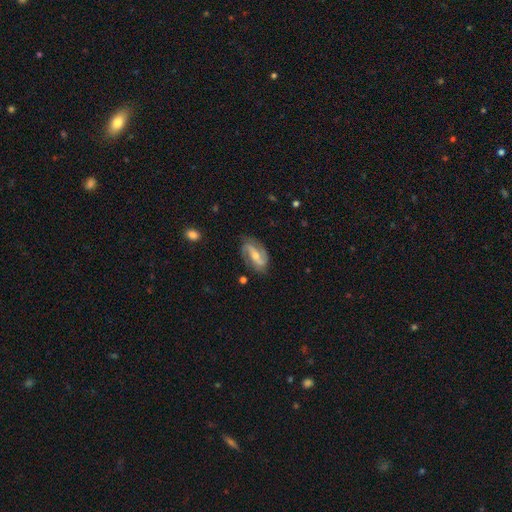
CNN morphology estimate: Smooth or featured? featured or disk (83%)
Edge-on disk? no (95%)
Bar? strong (41%)
Spiral arms? yes (94%)
Spiral winding? medium (41%)
Spiral arm count? 2 (88%)
Bulge size? moderate (51%)
Merging? none (78%)